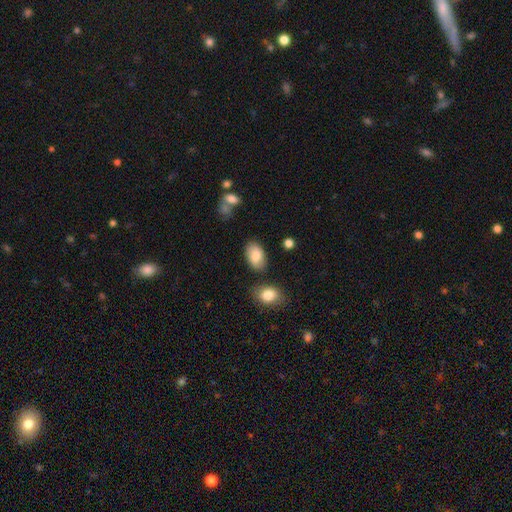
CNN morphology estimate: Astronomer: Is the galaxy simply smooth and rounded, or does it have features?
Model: smooth — 84%.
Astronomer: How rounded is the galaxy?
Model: in between — 93%.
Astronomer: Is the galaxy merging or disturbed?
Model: none — 80%.